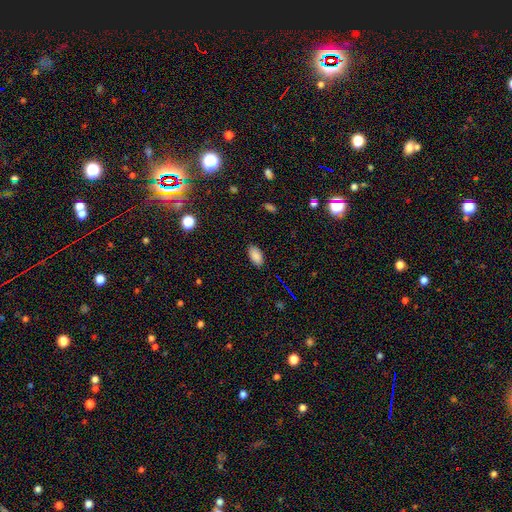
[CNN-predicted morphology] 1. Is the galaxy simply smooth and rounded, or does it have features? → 87% smooth, 9% star or artifact, 4% featured or disk.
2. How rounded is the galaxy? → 94% in between, 3% round, 3% cigar-shaped.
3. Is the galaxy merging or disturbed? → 88% none, 9% minor disturbance, 2% major disturbance, 1% merger.